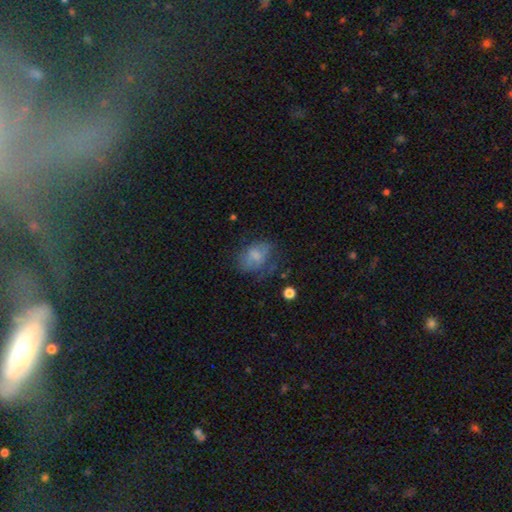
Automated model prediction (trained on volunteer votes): Smooth or featured?
  - smooth: 63% *
  - featured or disk: 26%
  - star or artifact: 10%
How rounded?
  - in between: 71% *
  - round: 28%
  - cigar-shaped: 1%
Merging?
  - none: 45% *
  - minor disturbance: 28%
  - major disturbance: 24%
  - merger: 3%